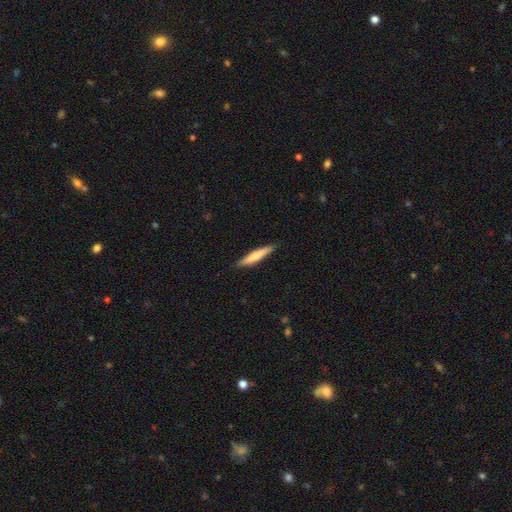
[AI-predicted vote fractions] Overall: smooth (66%; featured or disk 29%). How rounded: cigar-shaped (90%). Merging: none (90%).